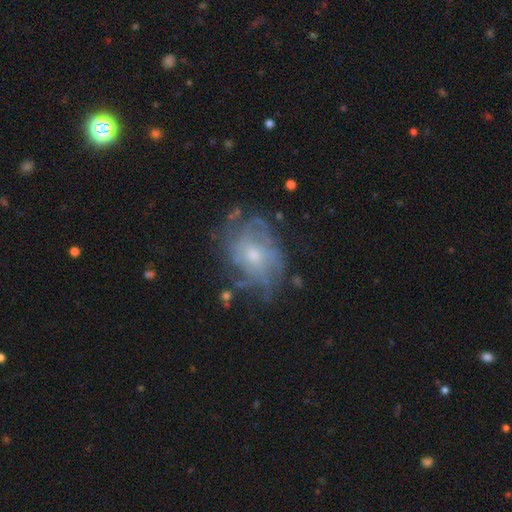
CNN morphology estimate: Smooth or featured: featured or disk — 71% (smooth — 17%)
Edge-on disk: no — 96% (yes — 4%)
Bar: no — 79% (weak — 18%)
Spiral arms: yes — 77% (no — 23%)
Spiral winding: tight — 53% (medium — 31%)
Spiral arm count: can't tell — 58% (4 — 10%)
Bulge size: small — 56% (moderate — 38%)
Merging: none — 66% (minor disturbance — 20%)